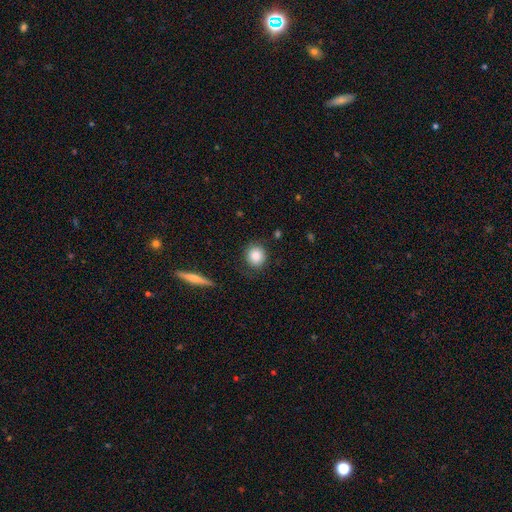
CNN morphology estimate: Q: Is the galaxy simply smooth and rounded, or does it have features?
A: smooth — 85%.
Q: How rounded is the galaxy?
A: round — 86%.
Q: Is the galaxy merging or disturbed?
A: none — 84%.